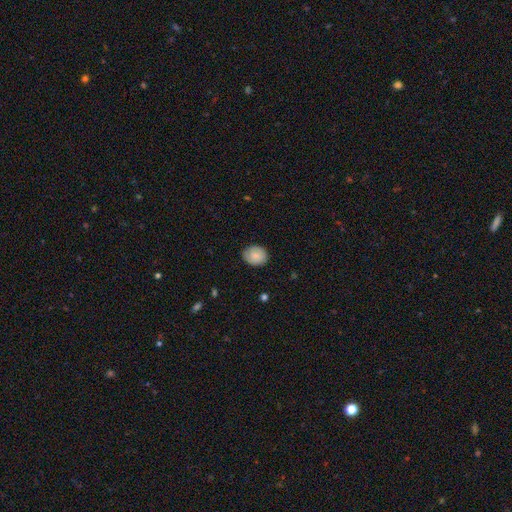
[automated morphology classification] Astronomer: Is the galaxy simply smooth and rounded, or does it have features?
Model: smooth — 80%.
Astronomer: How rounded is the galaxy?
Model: round — 63%.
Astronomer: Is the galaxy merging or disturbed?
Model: none — 80%.